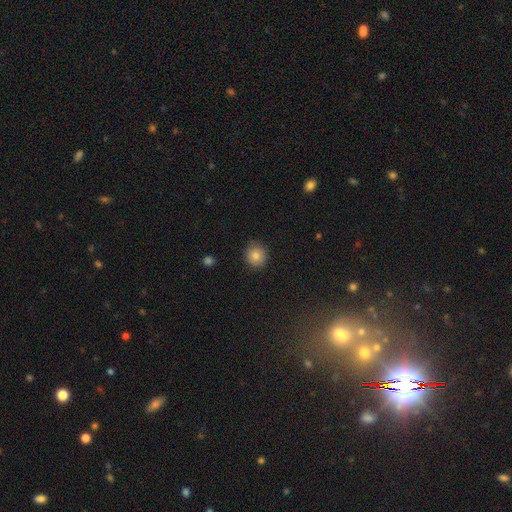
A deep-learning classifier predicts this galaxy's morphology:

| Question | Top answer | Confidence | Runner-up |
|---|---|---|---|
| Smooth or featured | smooth | 82% | star or artifact (11%) |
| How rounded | round | 91% | in between (8%) |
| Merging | none | 88% | minor disturbance (9%) |